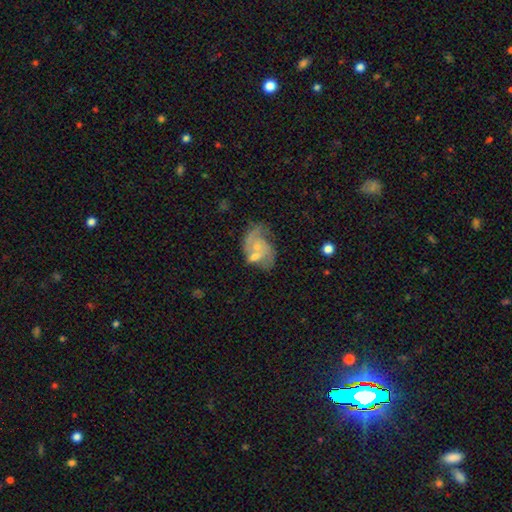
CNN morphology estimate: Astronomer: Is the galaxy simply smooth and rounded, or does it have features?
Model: featured or disk — 69%.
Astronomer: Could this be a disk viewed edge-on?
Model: no — 97%.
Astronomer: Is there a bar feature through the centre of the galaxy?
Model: no — 69%.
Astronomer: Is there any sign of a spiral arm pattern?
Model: yes — 84%.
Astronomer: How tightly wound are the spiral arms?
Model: medium — 45% (runner-up: loose, 34%).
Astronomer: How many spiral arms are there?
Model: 2 — 61%.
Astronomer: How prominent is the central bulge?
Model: small — 59%.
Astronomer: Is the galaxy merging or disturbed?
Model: none — 34% (runner-up: merger, 27%).